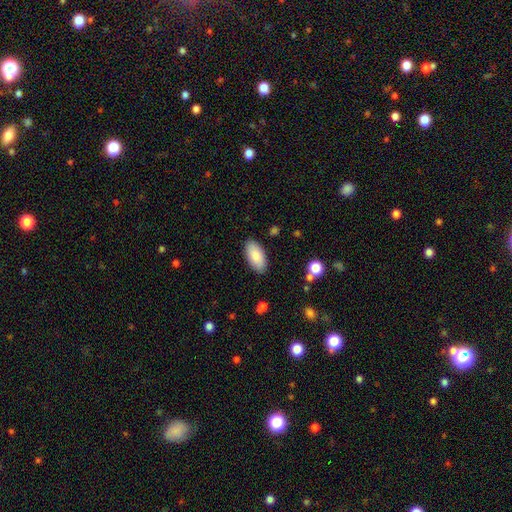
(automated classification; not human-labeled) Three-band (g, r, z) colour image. It shows a smooth galaxy with no disk features (85%) that is in between round and cigar-shaped (93%). Merging: none (87%).